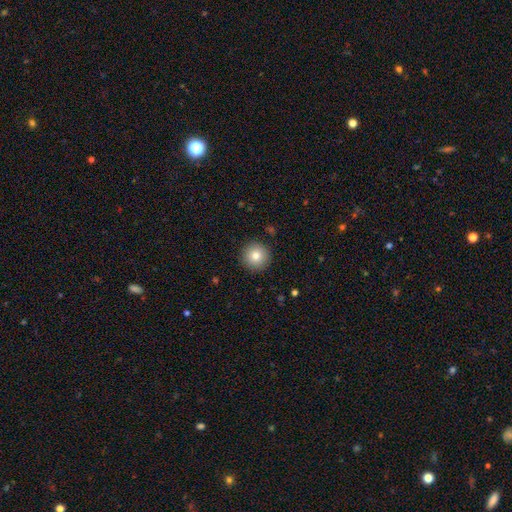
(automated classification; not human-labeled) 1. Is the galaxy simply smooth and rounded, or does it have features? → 81% smooth, 10% star or artifact, 10% featured or disk.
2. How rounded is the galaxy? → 96% round, 3% in between, 1% cigar-shaped.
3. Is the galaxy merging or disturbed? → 92% none, 6% minor disturbance, 2% major disturbance, 1% merger.